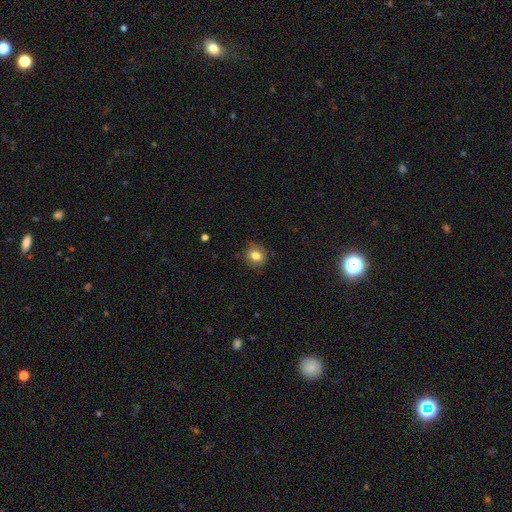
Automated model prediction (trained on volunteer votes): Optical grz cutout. It shows a smooth galaxy with no disk features (81%) that is round (79%). Merging: none (82%).